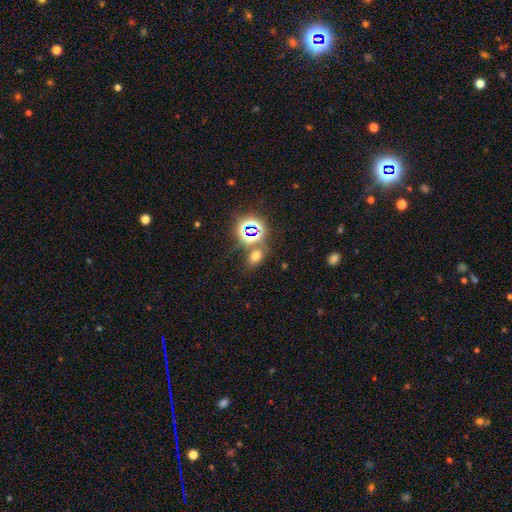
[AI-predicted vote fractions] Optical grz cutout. It shows a smooth galaxy with no disk features (58%) that is in between round and cigar-shaped (71%). Merging: none (70%).